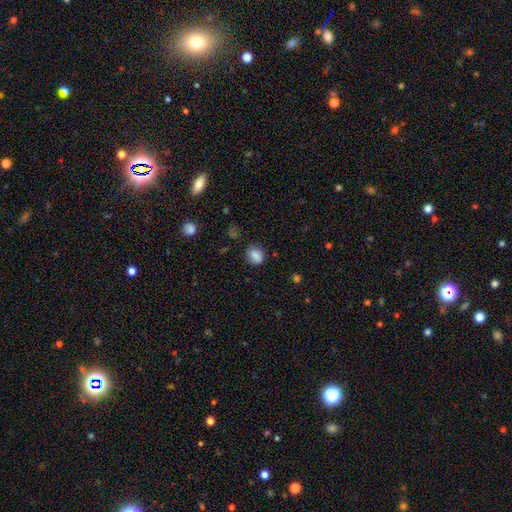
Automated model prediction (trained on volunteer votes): A smooth galaxy with no disk features (85%) that is round (55%).

Vote fractions:
- Smooth or featured? smooth: 85% / star or artifact: 10% / featured or disk: 5%
- How rounded? round: 55% / in between: 43% / cigar-shaped: 1%
- Merging? none: 79% / minor disturbance: 15% / major disturbance: 4% / merger: 2%